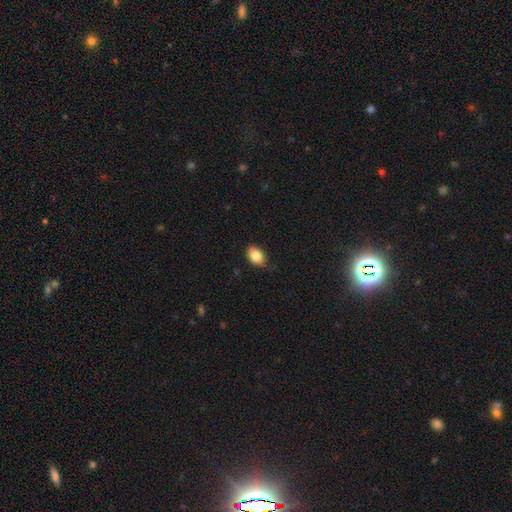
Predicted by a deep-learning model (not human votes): This appears to be a smooth galaxy with no disk features (85%) that is in between round and cigar-shaped (77%). Merging: none (76%).